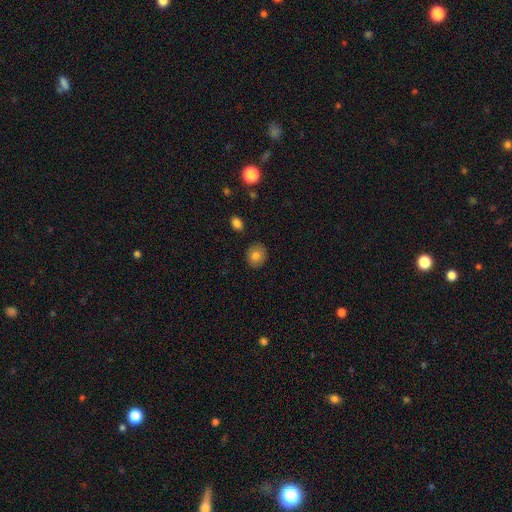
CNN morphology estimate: smooth-or-featured: smooth: 81% | featured or disk: 10% | star or artifact: 9%
  how-rounded: round: 80% | in between: 19% | cigar-shaped: 1%
  merging: none: 88% | minor disturbance: 8% | major disturbance: 2% | merger: 2%